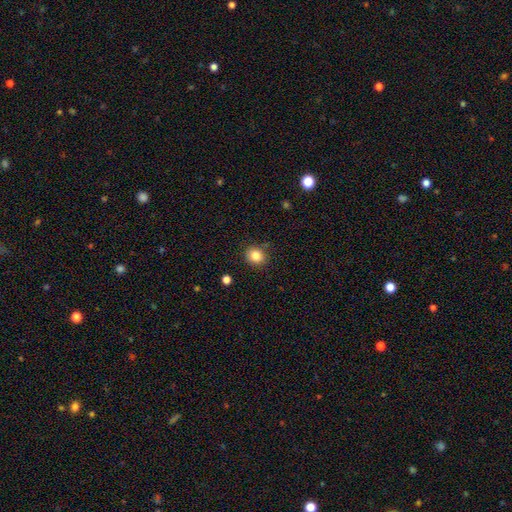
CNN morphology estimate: Smooth or featured? Predicted: smooth (p=0.84). How rounded? Predicted: round (p=0.79). Merging? Predicted: none (p=0.88).